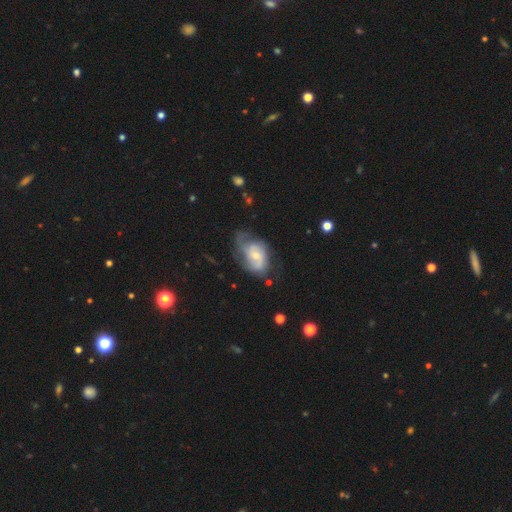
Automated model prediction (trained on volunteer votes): This appears to be a featured or disk galaxy (67%) with no bar (64%), 2 (45%) medium (42%) spiral arms (82%) and a small central bulge (57%). Merging: none (38%).